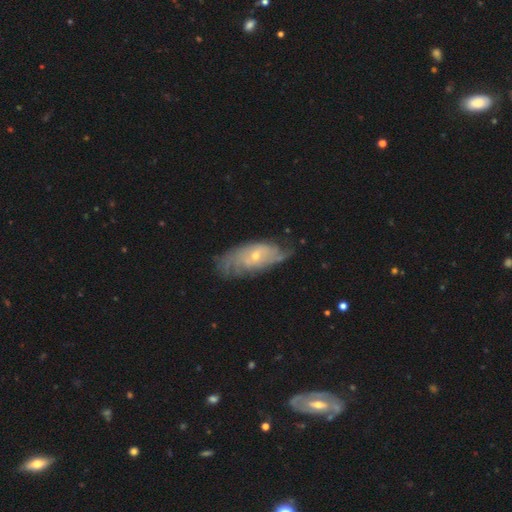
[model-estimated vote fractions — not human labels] This is likely a featured or disk galaxy (73%). It is clearly not viewed edge-on (88%). Bar: likely no (71%). Spiral arm pattern: clearly yes (86%). Spiral arm count: possibly can't tell (53%). Spiral winding: possibly tight (53%). Central bulge: likely small (67%). Merging: likely none (66%).